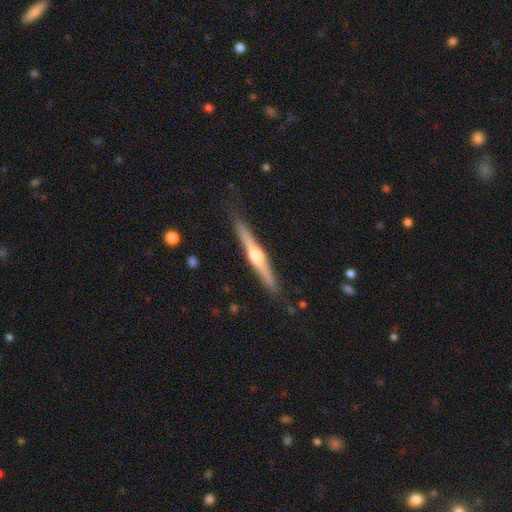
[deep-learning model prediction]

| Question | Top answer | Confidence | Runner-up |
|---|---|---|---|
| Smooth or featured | featured or disk | 74% | smooth (21%) |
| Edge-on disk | yes | 98% | no (2%) |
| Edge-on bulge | rounded | 92% | boxy (5%) |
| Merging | none | 88% | minor disturbance (9%) |